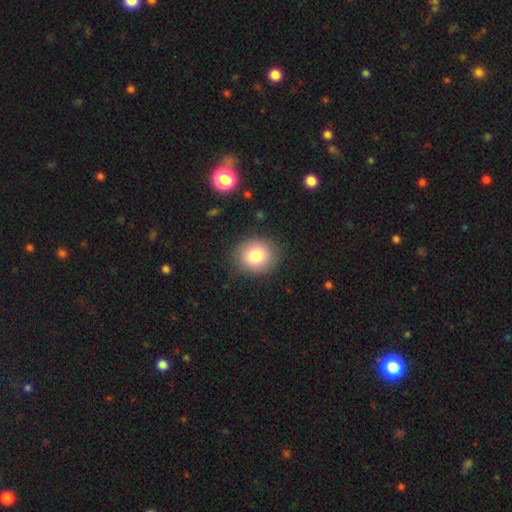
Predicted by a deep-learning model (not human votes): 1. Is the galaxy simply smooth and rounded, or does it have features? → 81% smooth, 10% star or artifact, 9% featured or disk.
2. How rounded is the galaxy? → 74% round, 25% in between, 1% cigar-shaped.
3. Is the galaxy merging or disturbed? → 87% none, 9% minor disturbance, 3% major disturbance, 1% merger.